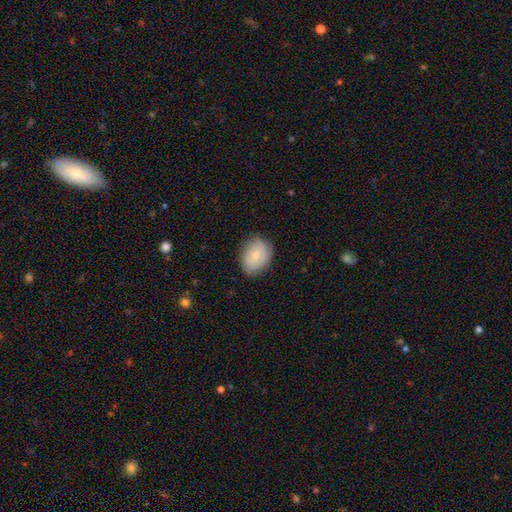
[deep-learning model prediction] This is likely a smooth galaxy (71%). How rounded: likely in between (70%). Merging: likely none (75%).